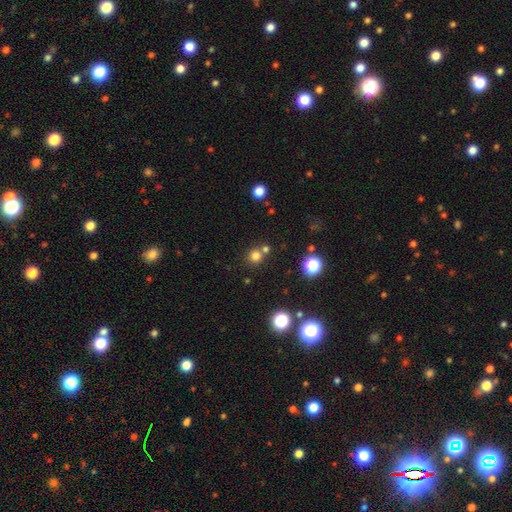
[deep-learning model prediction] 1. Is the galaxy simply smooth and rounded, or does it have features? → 75% smooth, 19% star or artifact, 6% featured or disk.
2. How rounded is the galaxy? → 91% round, 8% in between, 1% cigar-shaped.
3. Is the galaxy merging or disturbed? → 69% none, 22% merger, 7% minor disturbance, 3% major disturbance.